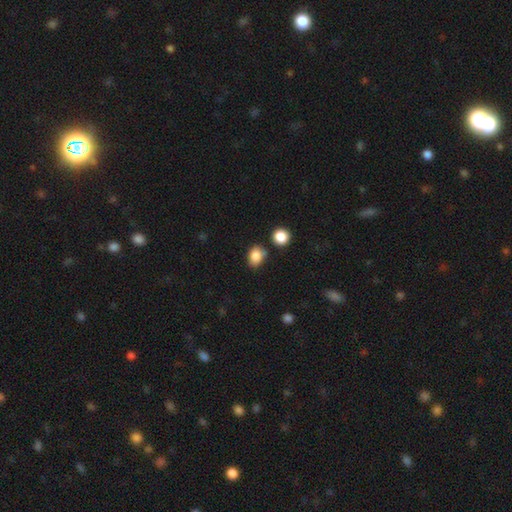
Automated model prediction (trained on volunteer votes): Smooth or featured?
  - smooth: 85% *
  - star or artifact: 10%
  - featured or disk: 5%
How rounded?
  - in between: 64% *
  - round: 35%
  - cigar-shaped: 1%
Merging?
  - none: 68% *
  - minor disturbance: 19%
  - merger: 9%
  - major disturbance: 4%